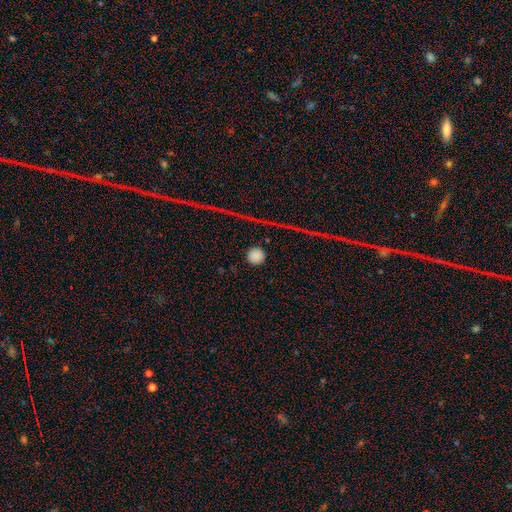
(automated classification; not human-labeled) This is clearly a smooth galaxy (80%). How rounded: clearly round (96%). Merging: clearly none (90%).